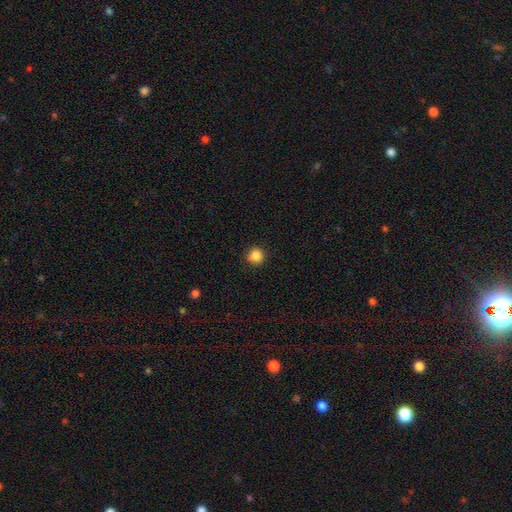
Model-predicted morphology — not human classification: This is clearly a smooth galaxy (86%). How rounded: clearly round (93%). Merging: clearly none (90%).